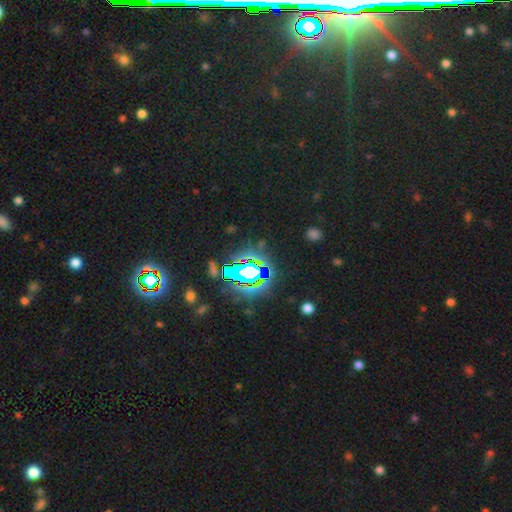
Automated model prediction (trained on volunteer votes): Smooth or featured? star or artifact (82%)